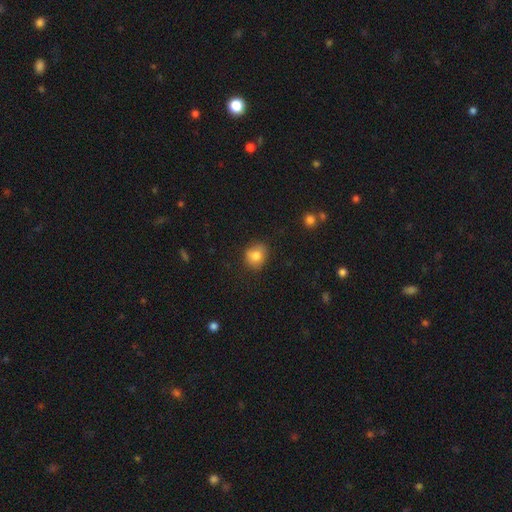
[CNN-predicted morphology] smooth_or_featured: smooth (p=0.81) [alt: star or artifact p=0.10]
how_rounded: round (p=0.72) [alt: in between p=0.27]
merging: none (p=0.79) [alt: minor disturbance p=0.16]